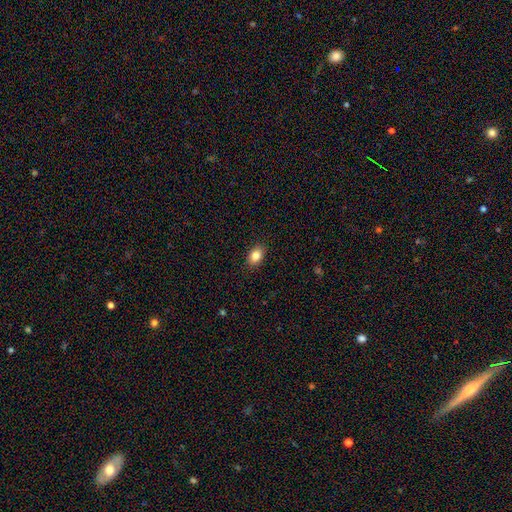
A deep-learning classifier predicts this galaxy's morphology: Smooth or featured: smooth — 84% (star or artifact — 9%)
How rounded: in between — 81% (round — 18%)
Merging: none — 89% (minor disturbance — 8%)